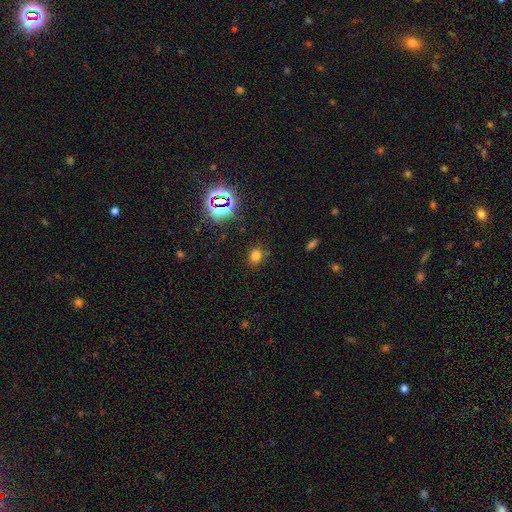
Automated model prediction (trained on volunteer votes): A smooth galaxy with no disk features (71%) that is round (64%). Merging: none (83%).